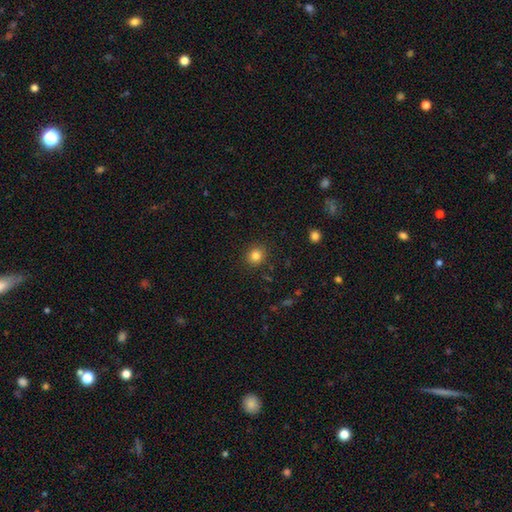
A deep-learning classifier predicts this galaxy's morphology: Smooth or featured?
  - smooth: 83% *
  - star or artifact: 12%
  - featured or disk: 6%
How rounded?
  - round: 83% *
  - in between: 16%
  - cigar-shaped: 1%
Merging?
  - none: 89% *
  - minor disturbance: 7%
  - major disturbance: 2%
  - merger: 1%